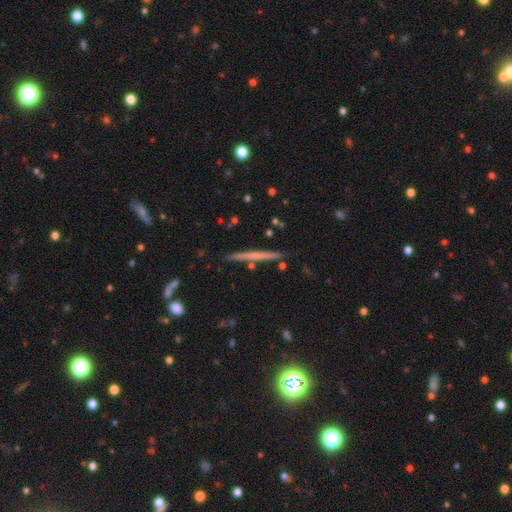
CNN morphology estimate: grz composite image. It shows a featured or disk galaxy (52%) viewed edge-on (97%) with no central bulge (81%). Merging: none (89%).